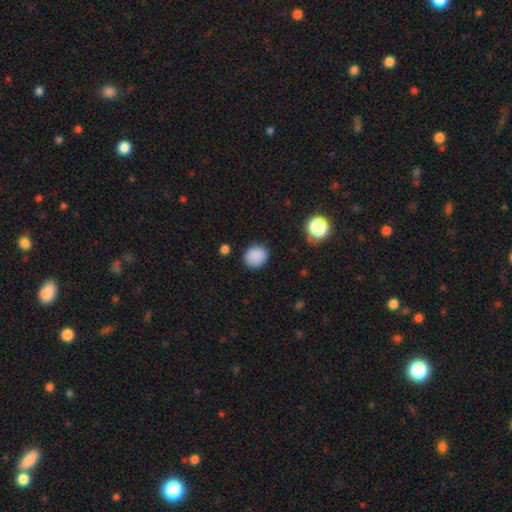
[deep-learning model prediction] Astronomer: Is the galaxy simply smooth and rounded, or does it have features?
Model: smooth — 86%.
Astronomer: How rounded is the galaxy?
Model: round — 72%.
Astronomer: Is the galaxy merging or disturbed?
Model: none — 83%.